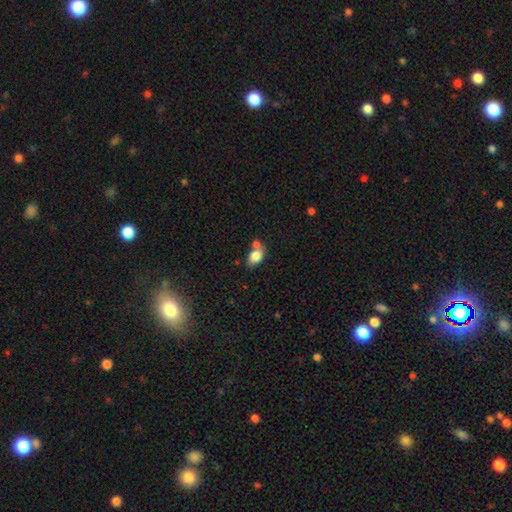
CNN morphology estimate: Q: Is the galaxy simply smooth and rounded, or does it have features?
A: smooth — 81%.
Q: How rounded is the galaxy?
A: in between — 84%.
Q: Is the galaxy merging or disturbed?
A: none — 51%.